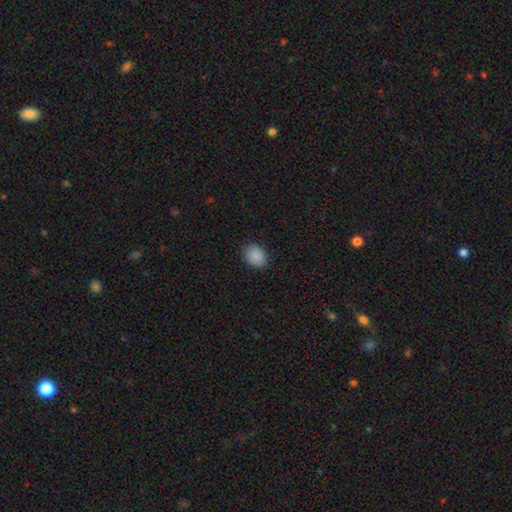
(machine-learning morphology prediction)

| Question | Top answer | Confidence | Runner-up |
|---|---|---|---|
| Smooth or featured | smooth | 89% | star or artifact (8%) |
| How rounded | in between | 62% | round (37%) |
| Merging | none | 86% | minor disturbance (11%) |